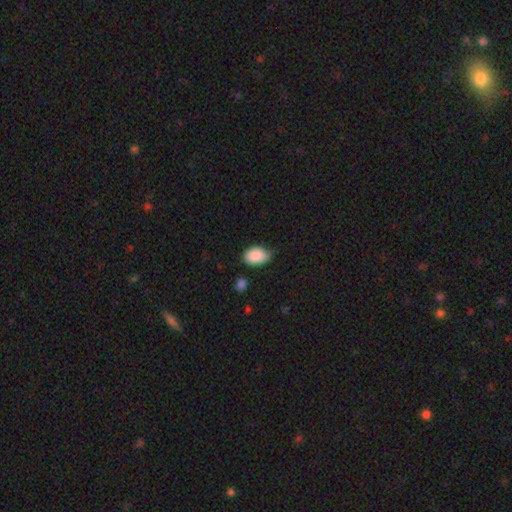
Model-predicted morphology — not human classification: This appears to be a smooth galaxy with no disk features (88%) that is in between round and cigar-shaped (85%). Merging: none (58%).